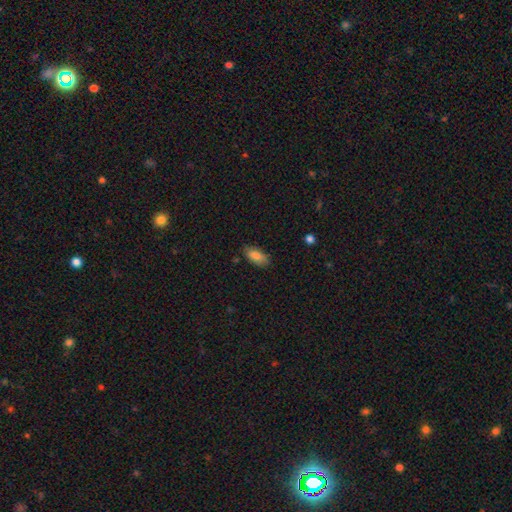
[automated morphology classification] Overall: smooth (84%). How rounded: in between (88%). Merging: none (82%).